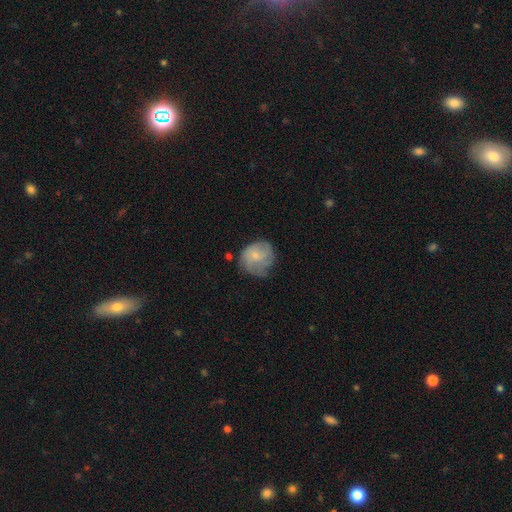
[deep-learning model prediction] Smooth or featured?
  - smooth: 47% *
  - featured or disk: 45%
  - star or artifact: 8%
Merging?
  - none: 50% *
  - minor disturbance: 31%
  - major disturbance: 17%
  - merger: 2%